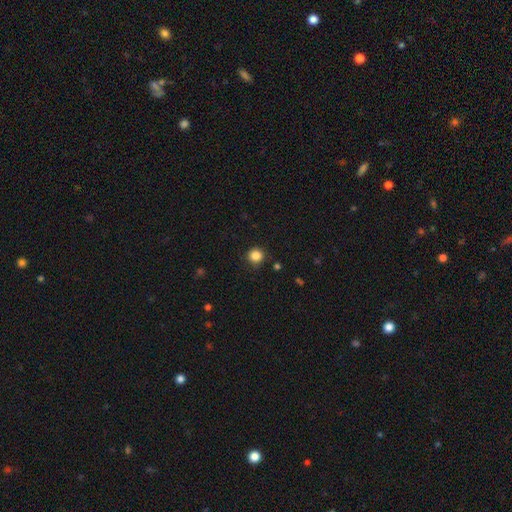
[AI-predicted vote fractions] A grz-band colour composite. It shows a smooth galaxy with no disk features (85%) that is round (94%). Merging: none (90%).